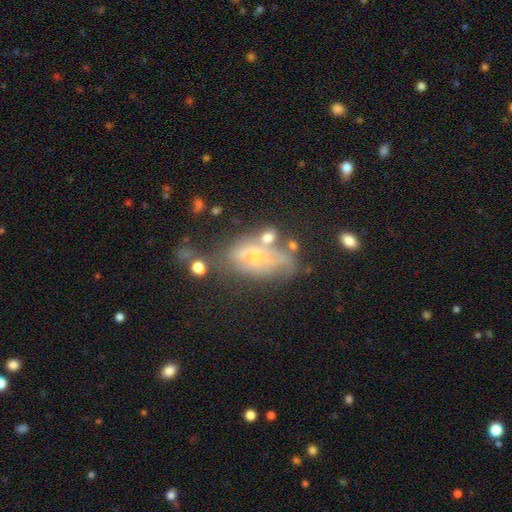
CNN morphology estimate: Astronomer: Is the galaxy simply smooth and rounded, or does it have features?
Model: featured or disk — 51% (runner-up: smooth, 35%).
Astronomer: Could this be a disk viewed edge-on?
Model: no — 81%.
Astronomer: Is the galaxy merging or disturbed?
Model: none — 34% (runner-up: major disturbance, 24%).